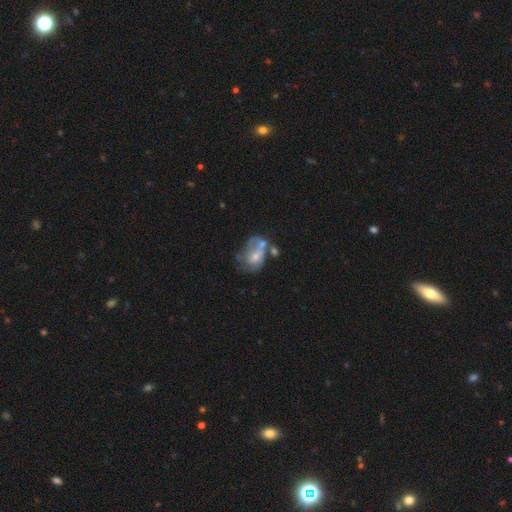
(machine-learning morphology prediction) Smooth or featured: featured or disk — 55% (smooth — 36%)
Edge-on disk: no — 97% (yes — 3%)
Bar: no — 66% (weak — 27%)
Spiral arms: no — 59% (yes — 41%)
Bulge size: small — 44% (moderate — 39%)
Merging: merger — 33% (major disturbance — 27%)